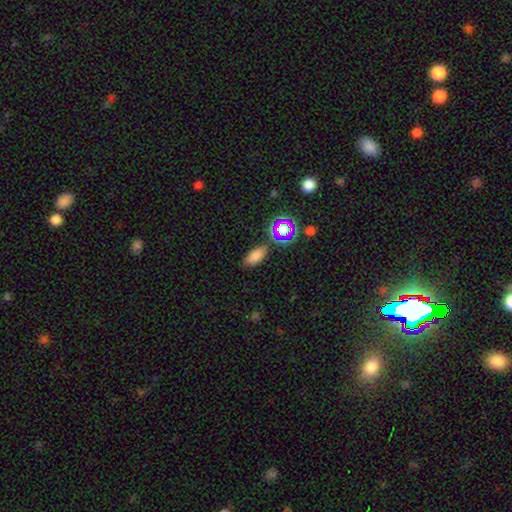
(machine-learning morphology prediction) The model was most divided on "smooth or featured": smooth: 76%, star or artifact: 17%, featured or disk: 6%. More confident: how rounded — in between (85%); merging — none (81%).